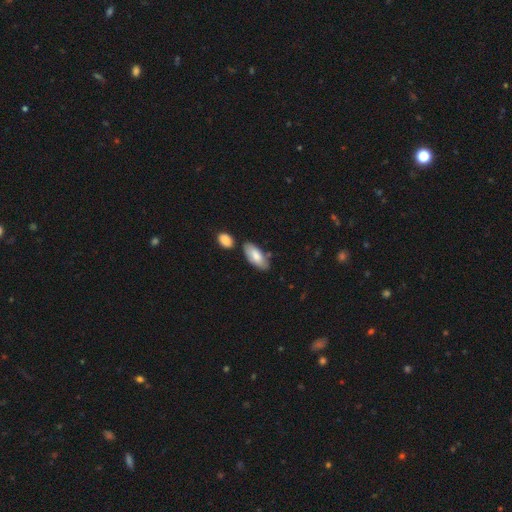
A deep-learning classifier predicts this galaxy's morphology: Smooth or featured: smooth — 78% (featured or disk — 16%)
How rounded: in between — 87% (cigar-shaped — 11%)
Merging: none — 69% (minor disturbance — 17%)